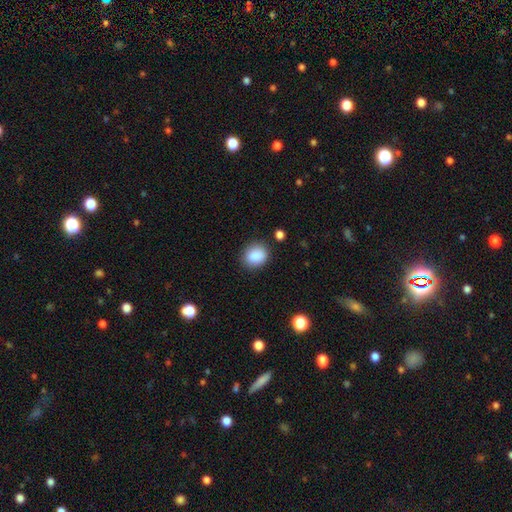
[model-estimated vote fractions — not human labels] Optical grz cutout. It shows a smooth galaxy with no disk features (88%) that is round (62%). Merging: none (82%).